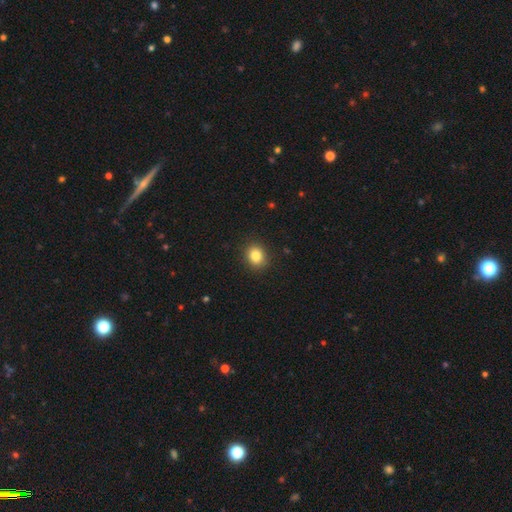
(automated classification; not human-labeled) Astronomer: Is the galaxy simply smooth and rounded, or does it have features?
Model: smooth — 84%.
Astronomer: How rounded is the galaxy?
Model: round — 68%.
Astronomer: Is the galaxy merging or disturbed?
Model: none — 90%.